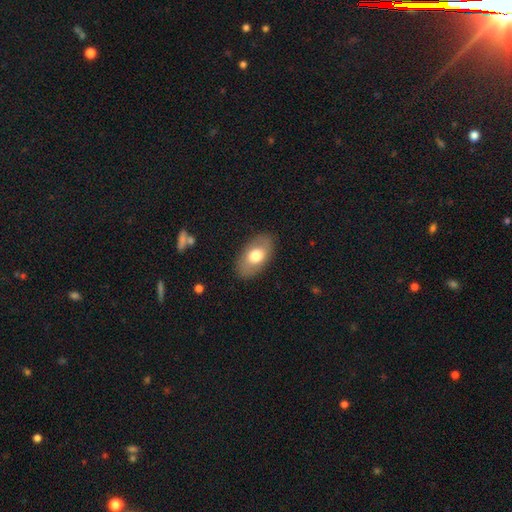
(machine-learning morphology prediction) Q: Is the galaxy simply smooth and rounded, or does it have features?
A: smooth — 69%.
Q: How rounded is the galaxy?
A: in between — 92%.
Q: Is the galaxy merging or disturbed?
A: none — 86%.